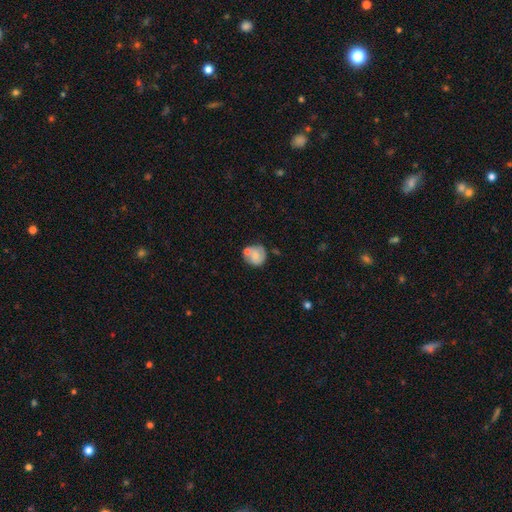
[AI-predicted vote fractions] Smooth or featured? Predicted: smooth (p=0.61). How rounded? Predicted: round (p=0.82). Merging? Predicted: none (p=0.49).